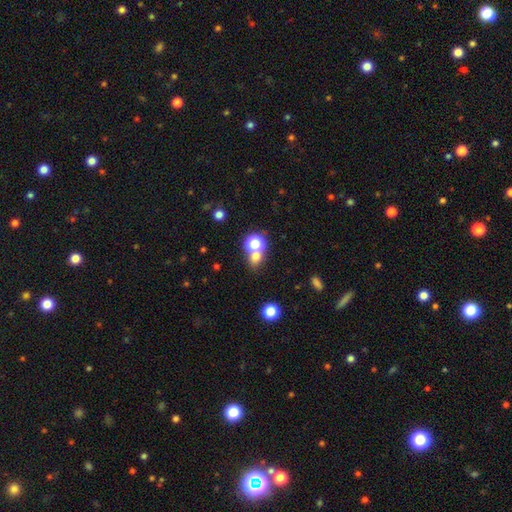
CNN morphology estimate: type=smooth (70%); roundness=round (70%); merging=none (45%).